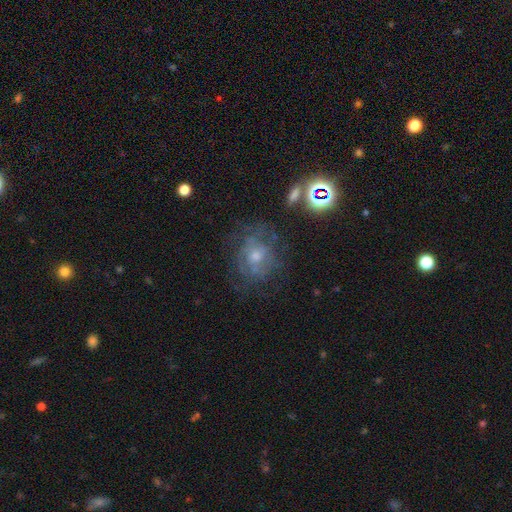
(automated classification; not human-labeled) A featured or disk galaxy (55%) with no bar (78%), spiral arms (63%) and a moderate central bulge (48%). Merging: none (64%).